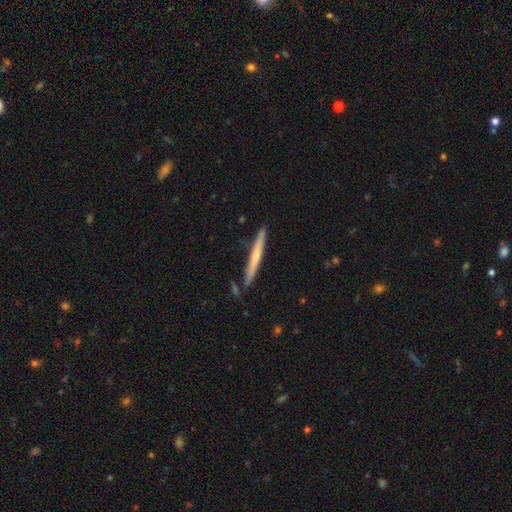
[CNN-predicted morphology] smooth-or-featured: smooth: 48% | featured or disk: 46% | star or artifact: 6%
  merging: none: 86% | minor disturbance: 10% | merger: 3% | major disturbance: 2%